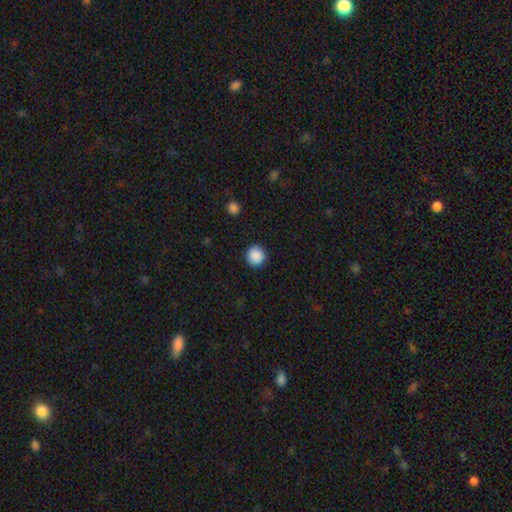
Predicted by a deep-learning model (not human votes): Overall: smooth (89%). How rounded: round (92%). Merging: none (91%).